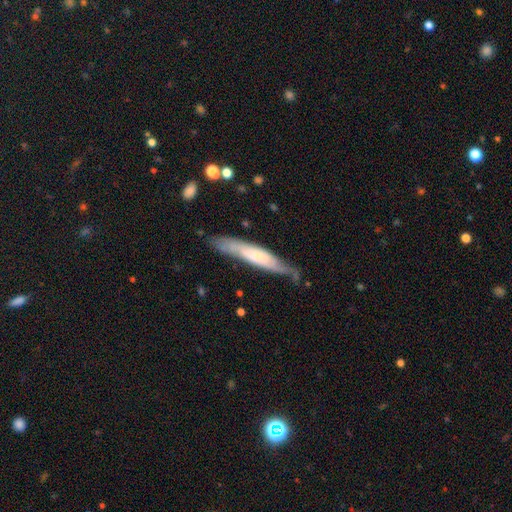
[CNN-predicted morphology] A smooth galaxy with no disk features (48%). Merging: none (67%).